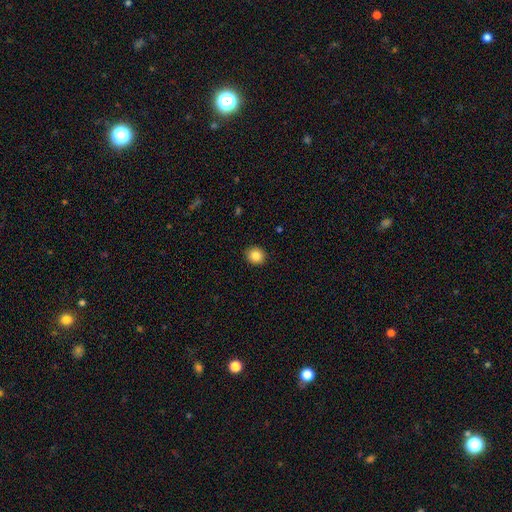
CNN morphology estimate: smooth-or-featured: smooth: 86% | star or artifact: 9% | featured or disk: 5%
  how-rounded: round: 82% | in between: 17% | cigar-shaped: 1%
  merging: none: 91% | minor disturbance: 6% | major disturbance: 2% | merger: 1%